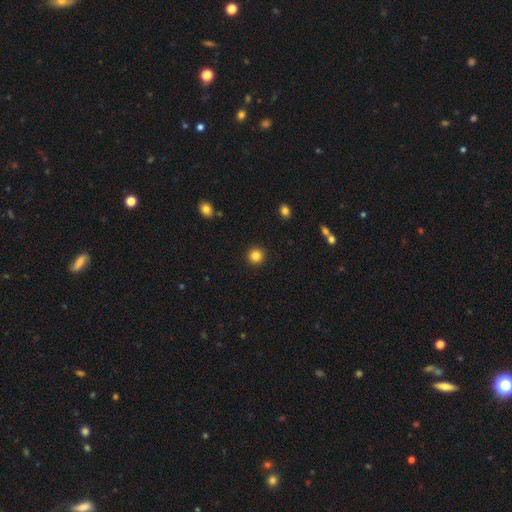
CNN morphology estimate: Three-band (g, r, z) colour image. It shows a smooth galaxy with no disk features (84%) that is round (95%). Merging: none (92%).